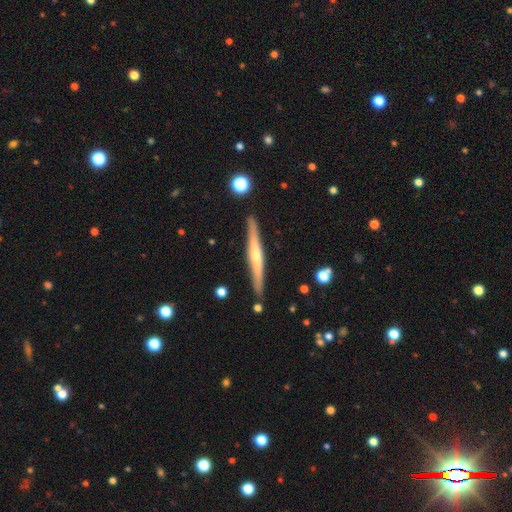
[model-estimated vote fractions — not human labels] Smooth or featured: featured or disk — 67% (smooth — 27%)
Edge-on disk: yes — 97% (no — 3%)
Edge-on bulge: rounded — 72% (none — 22%)
Merging: none — 89% (minor disturbance — 8%)